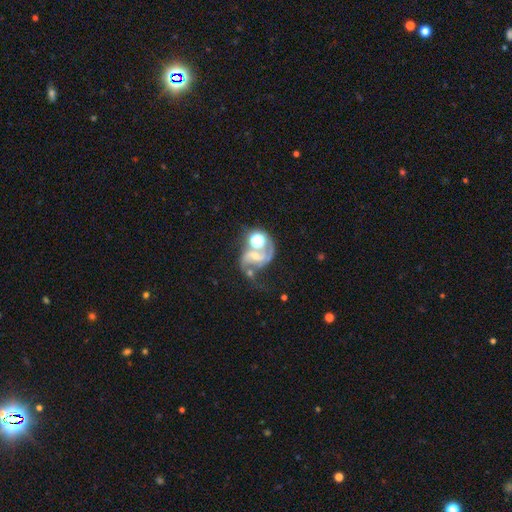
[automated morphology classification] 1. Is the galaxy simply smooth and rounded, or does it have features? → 77% featured or disk, 12% star or artifact, 11% smooth.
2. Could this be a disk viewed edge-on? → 98% no, 2% yes.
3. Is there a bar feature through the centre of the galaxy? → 41% weak, 37% no, 22% strong.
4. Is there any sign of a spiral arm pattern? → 91% yes, 9% no.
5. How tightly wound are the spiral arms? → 47% medium, 39% loose, 13% tight.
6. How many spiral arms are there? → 83% 2, 8% 1, 5% can't tell, 2% 3, 1% 4, 1% more than 4.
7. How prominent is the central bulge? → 43% moderate, 39% small, 8% none, 7% large, 2% dominant.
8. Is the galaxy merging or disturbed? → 32% none, 31% merger, 22% major disturbance, 15% minor disturbance.